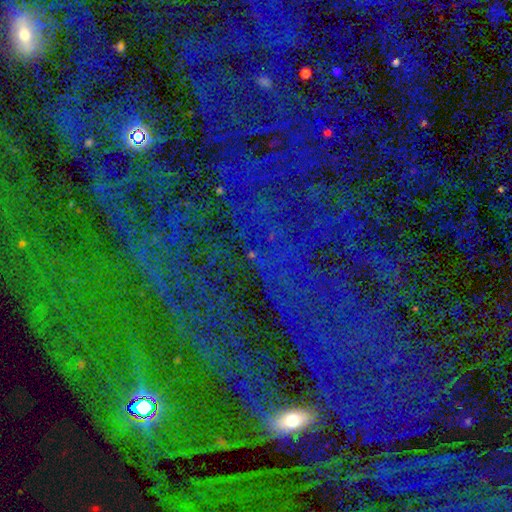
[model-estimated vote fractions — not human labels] Morphology: type=star or artifact (81%).